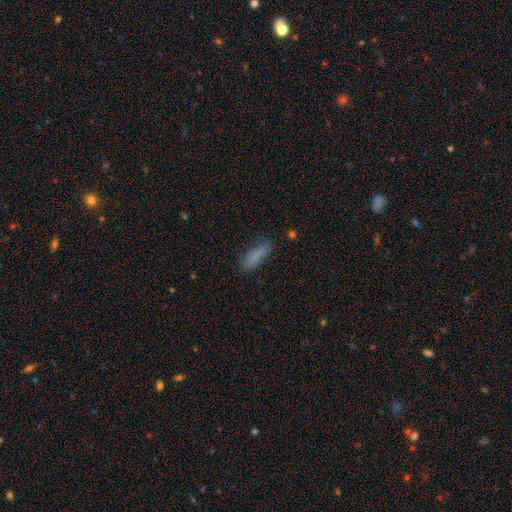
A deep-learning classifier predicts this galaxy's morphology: This appears to be a smooth galaxy with no disk features (78%) that is in between round and cigar-shaped (54%). Merging: none (61%).